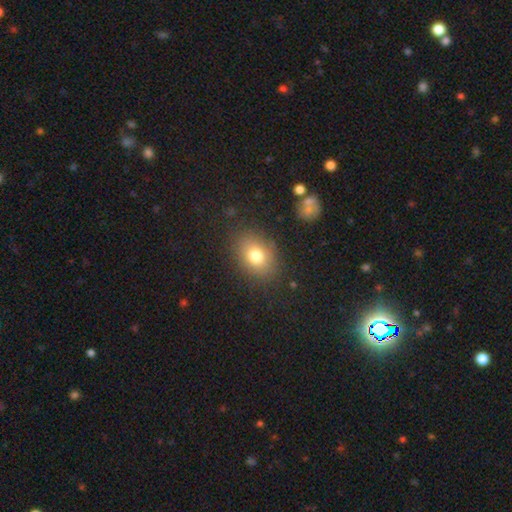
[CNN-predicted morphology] Smooth or featured?
  - smooth: 77% *
  - star or artifact: 12%
  - featured or disk: 11%
How rounded?
  - in between: 63% *
  - round: 36%
  - cigar-shaped: 1%
Merging?
  - none: 83% *
  - minor disturbance: 11%
  - major disturbance: 4%
  - merger: 2%